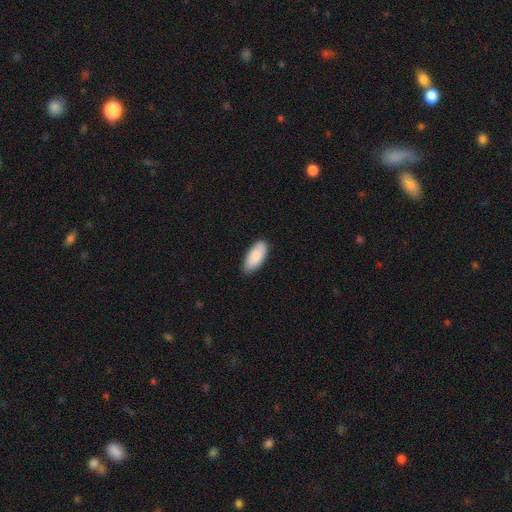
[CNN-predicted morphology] This appears to be a smooth galaxy with no disk features (87%) that is in between round and cigar-shaped (88%). Merging: none (85%).